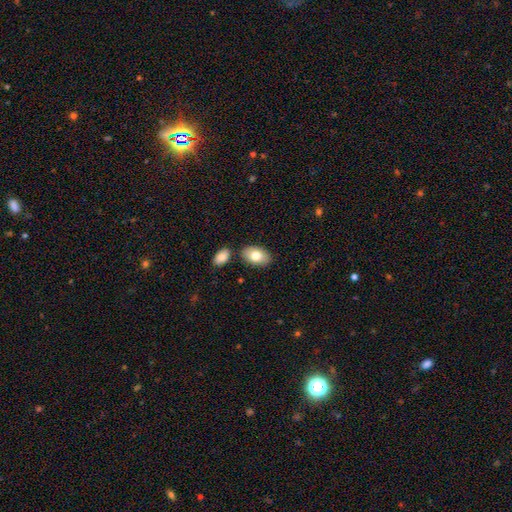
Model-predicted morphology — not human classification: Smooth or featured? Predicted: smooth (p=0.80). How rounded? Predicted: in between (p=0.93). Merging? Predicted: none (p=0.80).